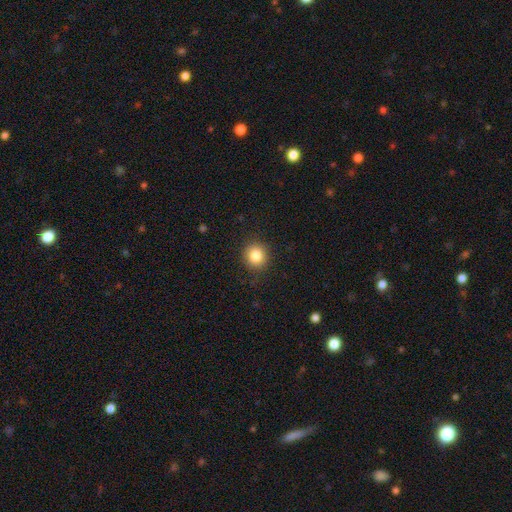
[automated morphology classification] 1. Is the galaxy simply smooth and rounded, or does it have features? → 83% smooth, 11% star or artifact, 6% featured or disk.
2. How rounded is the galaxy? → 90% round, 9% in between, 1% cigar-shaped.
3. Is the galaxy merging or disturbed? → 90% none, 7% minor disturbance, 2% major disturbance, 1% merger.